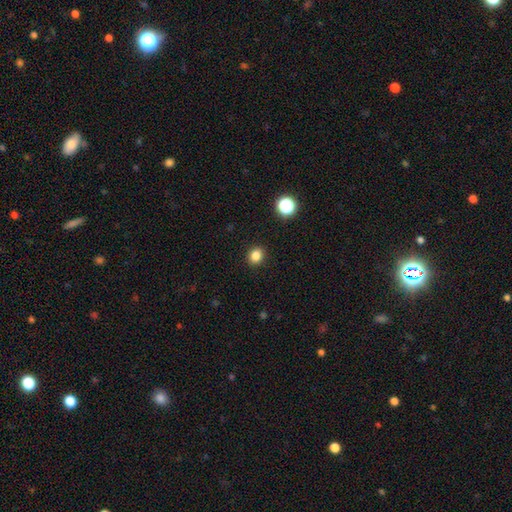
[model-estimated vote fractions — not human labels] smooth_or_featured: smooth (p=0.83) [alt: star or artifact p=0.13]
how_rounded: round (p=0.70) [alt: in between p=0.29]
merging: none (p=0.91) [alt: minor disturbance p=0.06]